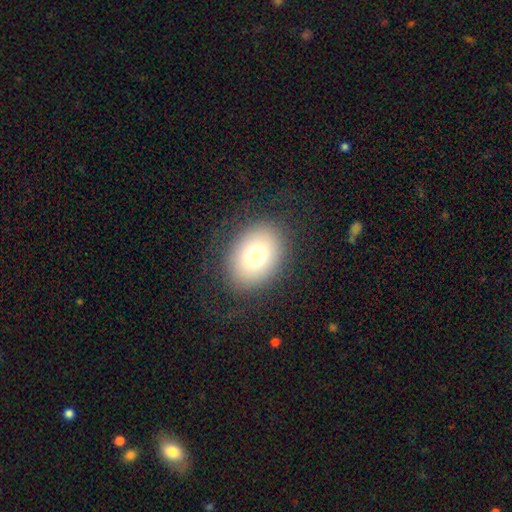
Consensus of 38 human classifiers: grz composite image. It shows a smooth galaxy with no disk features (79%) that is in between round and cigar-shaped (73%). Merging: none (76%).